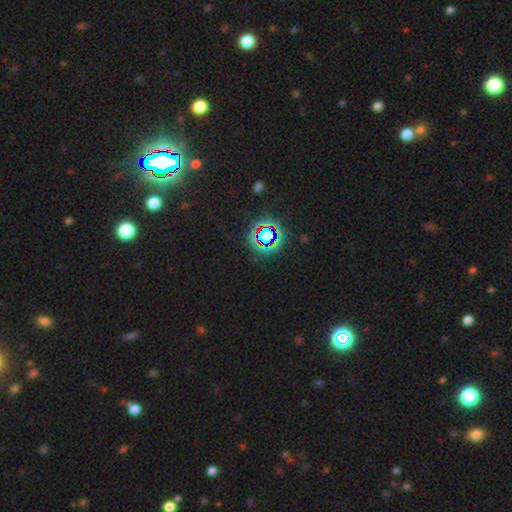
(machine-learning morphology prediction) A star or artifact, not a galaxy (77%).